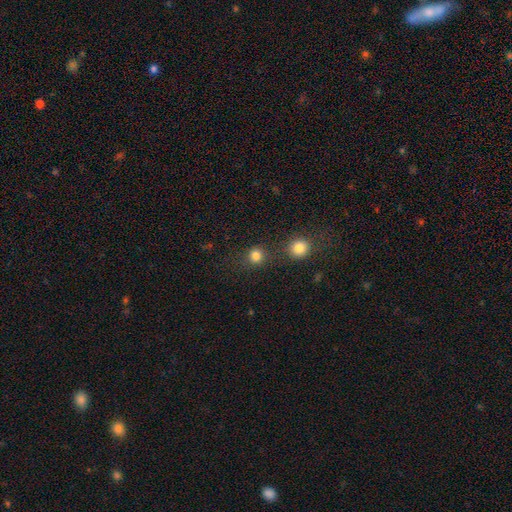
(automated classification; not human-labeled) smooth_or_featured: smooth (p=0.81) [alt: star or artifact p=0.14]
how_rounded: round (p=0.88) [alt: in between p=0.11]
merging: none (p=0.72) [alt: merger p=0.15]